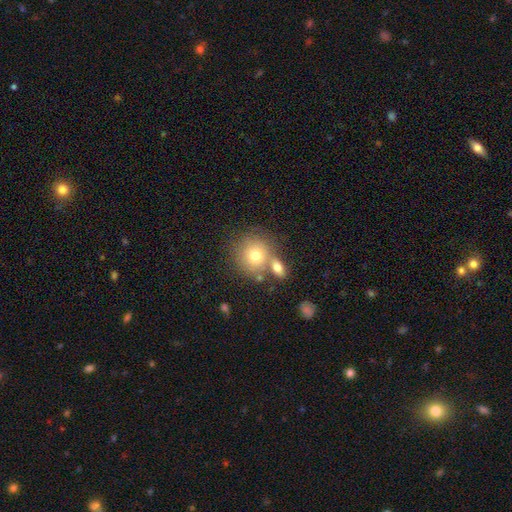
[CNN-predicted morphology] Smooth or featured: smooth — 74% (featured or disk — 15%)
How rounded: round — 87% (in between — 12%)
Merging: none — 55% (merger — 30%)